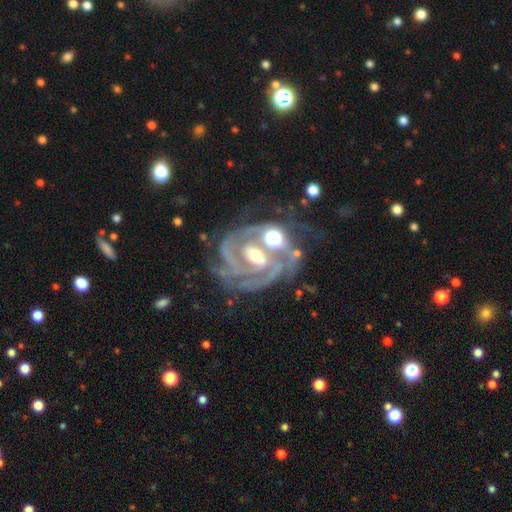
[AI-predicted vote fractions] featured or disk 88%, star or artifact 7%, smooth 5%. Down the decision tree: edge-on disk — no (97%); bar — weak (38%); spiral arms — yes (96%); spiral arm count — 2 (36%); spiral winding — tight (61%); bulge size — moderate (59%); merging — none (50%).